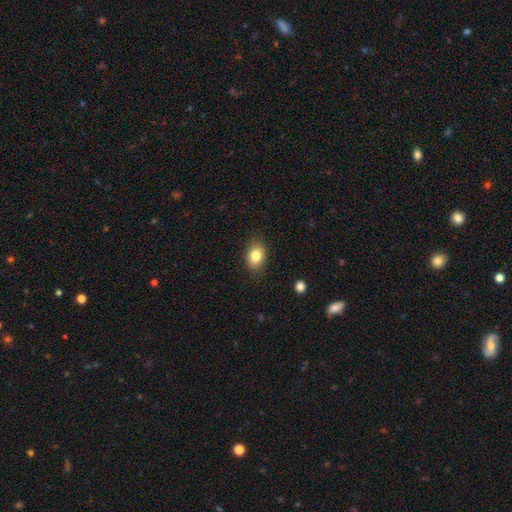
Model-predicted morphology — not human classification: smooth_or_featured: smooth (p=0.82) [alt: star or artifact p=0.09]
how_rounded: in between (p=0.70) [alt: round p=0.29]
merging: none (p=0.84) [alt: minor disturbance p=0.12]